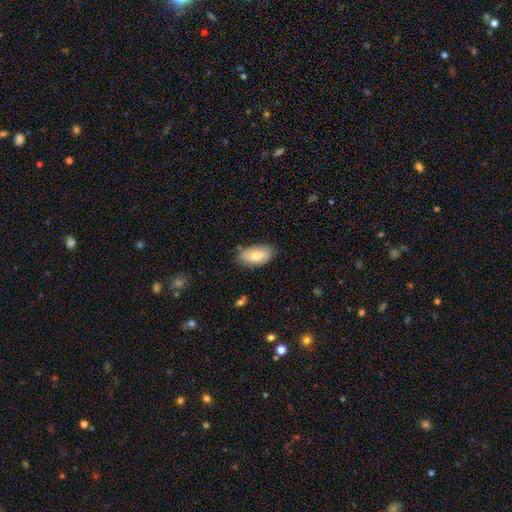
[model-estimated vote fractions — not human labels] Overall: smooth (76%). How rounded: in between (94%). Merging: none (76%).